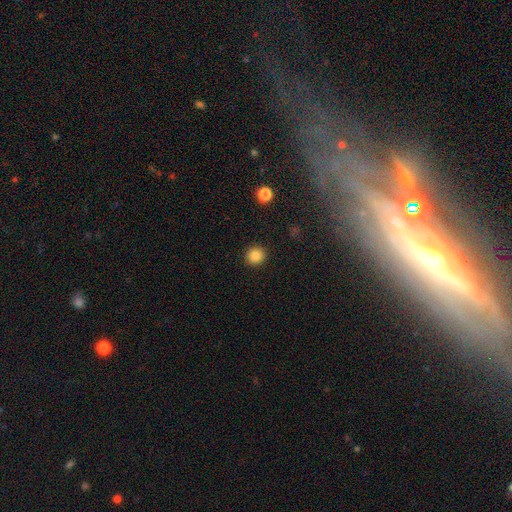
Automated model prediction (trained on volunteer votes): smooth 86%, star or artifact 11%, featured or disk 3%. Down the decision tree: how rounded — round (93%); merging — none (92%).